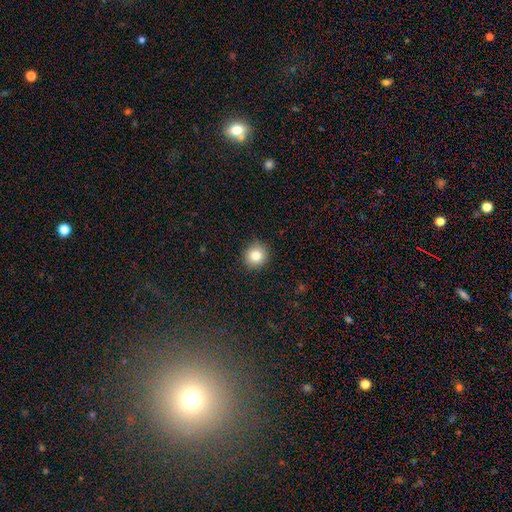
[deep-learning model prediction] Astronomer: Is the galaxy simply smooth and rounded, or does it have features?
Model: smooth — 83%.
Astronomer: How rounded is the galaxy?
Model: round — 92%.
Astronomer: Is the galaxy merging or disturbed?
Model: none — 90%.